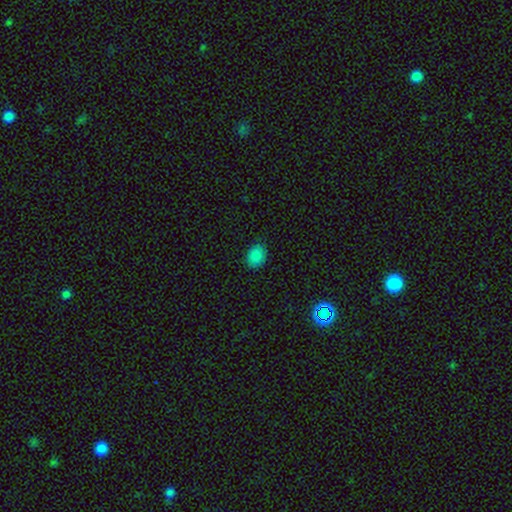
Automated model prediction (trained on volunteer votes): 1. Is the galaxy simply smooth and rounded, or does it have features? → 86% smooth, 11% star or artifact, 3% featured or disk.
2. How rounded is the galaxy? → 68% in between, 31% round, 1% cigar-shaped.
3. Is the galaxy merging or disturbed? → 82% none, 14% minor disturbance, 3% major disturbance, 1% merger.